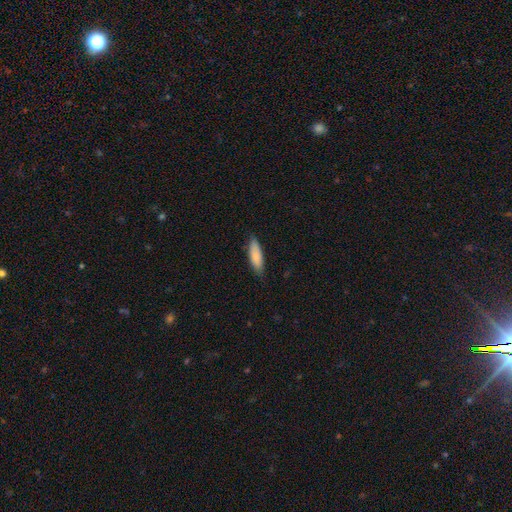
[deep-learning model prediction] Smooth or featured? Predicted: smooth (p=0.85). How rounded? Predicted: in between (p=0.53). Merging? Predicted: none (p=0.81).